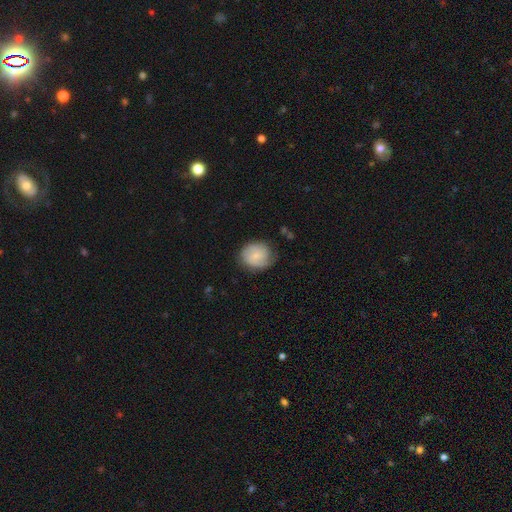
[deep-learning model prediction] A smooth galaxy with no disk features (56%) that is round (77%).

Vote fractions:
- Smooth or featured? smooth: 56% / featured or disk: 37% / star or artifact: 7%
- How rounded? round: 77% / in between: 22% / cigar-shaped: 1%
- Merging? none: 73% / minor disturbance: 20% / major disturbance: 5% / merger: 1%